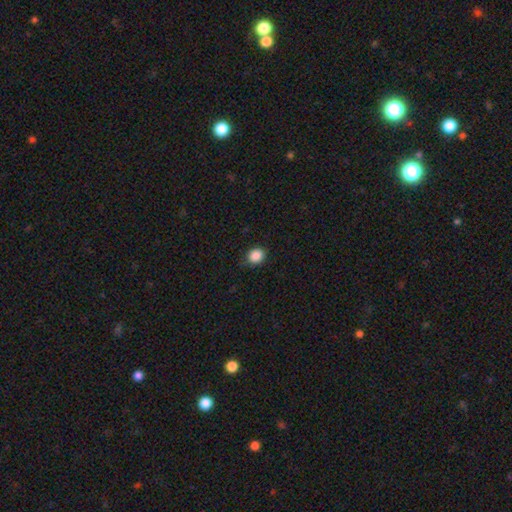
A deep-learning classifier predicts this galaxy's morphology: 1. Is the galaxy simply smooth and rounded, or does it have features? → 88% smooth, 9% star or artifact, 3% featured or disk.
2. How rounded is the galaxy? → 71% round, 28% in between, 1% cigar-shaped.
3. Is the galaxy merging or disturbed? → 84% none, 12% minor disturbance, 3% major disturbance, 1% merger.